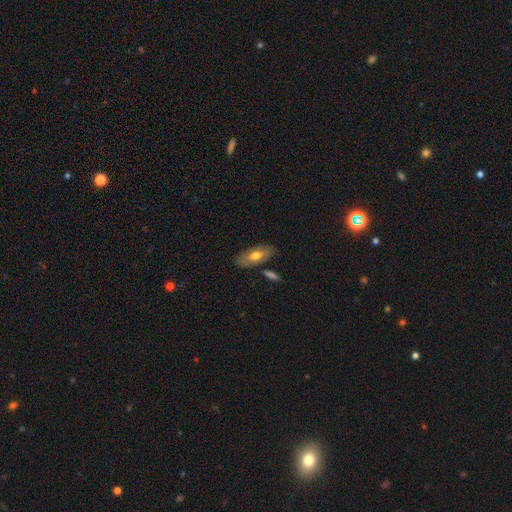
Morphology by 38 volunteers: Smooth or featured?
  - smooth: 47% * (tied)
  - featured or disk: 47% * (tied)
  - star or artifact: 5%
How rounded?
  - in between: 94% *
  - cigar-shaped: 6%
  - round: 0%
Merging?
  - none: 86% *
  - minor disturbance: 8%
  - merger: 6%
  - major disturbance: 0%